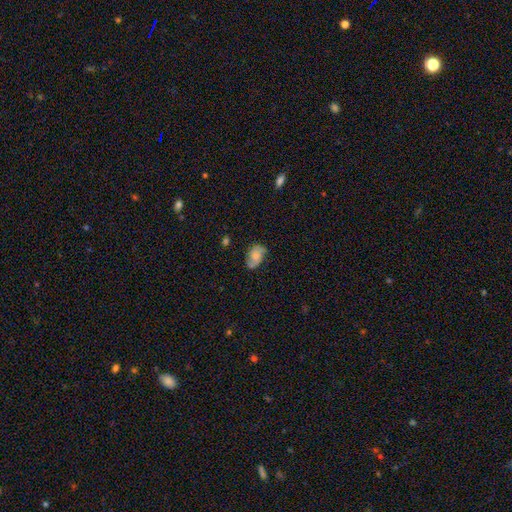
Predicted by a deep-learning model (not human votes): This is possibly a featured or disk galaxy (50%). Merging: likely none (68%).